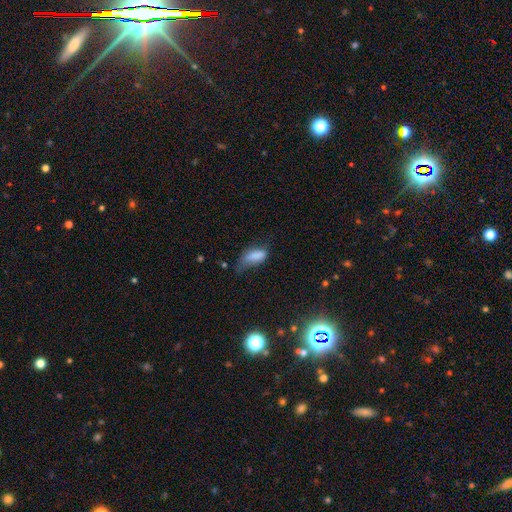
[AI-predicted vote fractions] A smooth galaxy with no disk features (80%) that is in between round and cigar-shaped (86%). Merging: minor disturbance (39%).